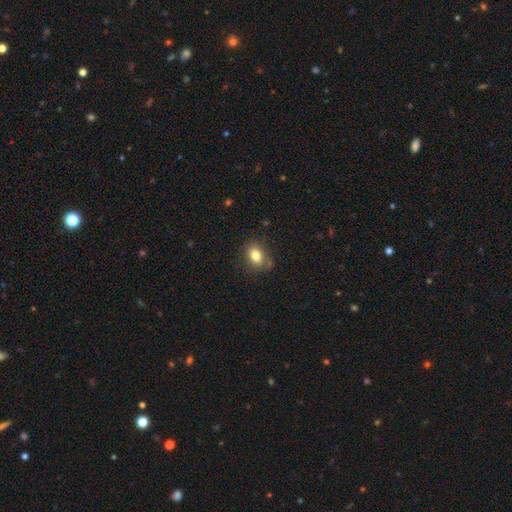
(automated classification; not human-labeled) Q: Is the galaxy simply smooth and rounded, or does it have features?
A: smooth — 81%.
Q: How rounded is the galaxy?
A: in between — 68%.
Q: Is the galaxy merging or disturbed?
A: none — 77%.